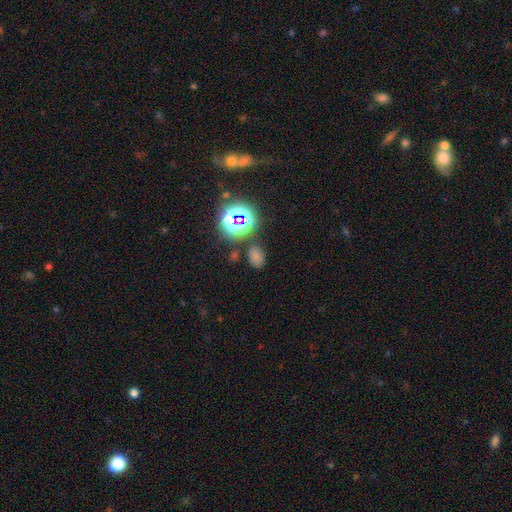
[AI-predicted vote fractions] smooth 64%, star or artifact 29%, featured or disk 7%. Down the decision tree: how rounded — in between (74%); merging — none (75%).